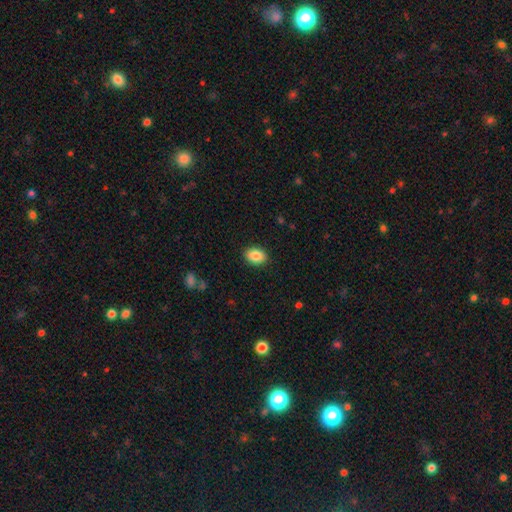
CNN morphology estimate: Smooth or featured: smooth — 87% (star or artifact — 8%)
How rounded: in between — 74% (round — 25%)
Merging: none — 90% (minor disturbance — 7%)